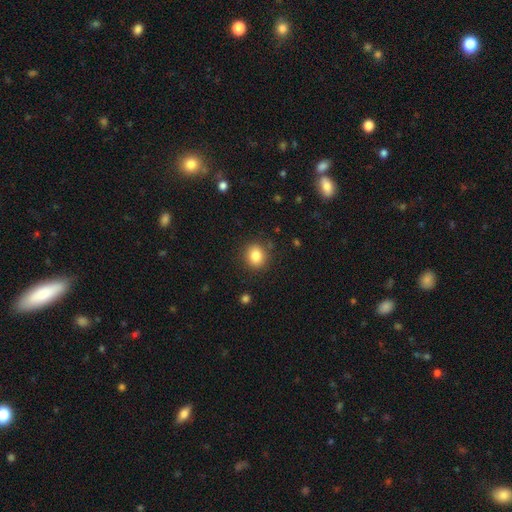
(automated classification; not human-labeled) Smooth or featured? smooth (84%)
How rounded? round (77%)
Merging? none (87%)